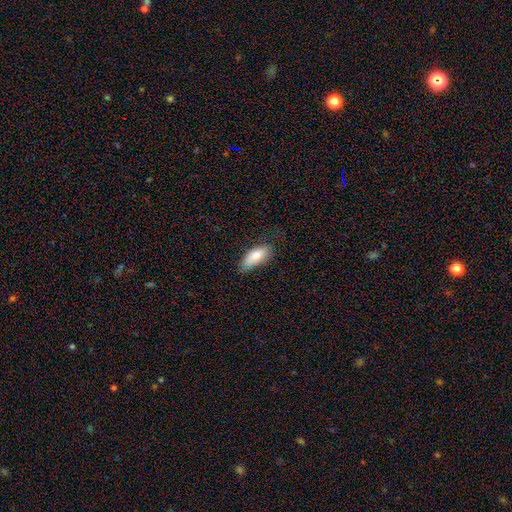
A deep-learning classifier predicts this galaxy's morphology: smooth_or_featured: smooth (p=0.80) [alt: featured or disk p=0.14]
how_rounded: in between (p=0.86) [alt: cigar-shaped p=0.12]
merging: none (p=0.59) [alt: minor disturbance p=0.31]